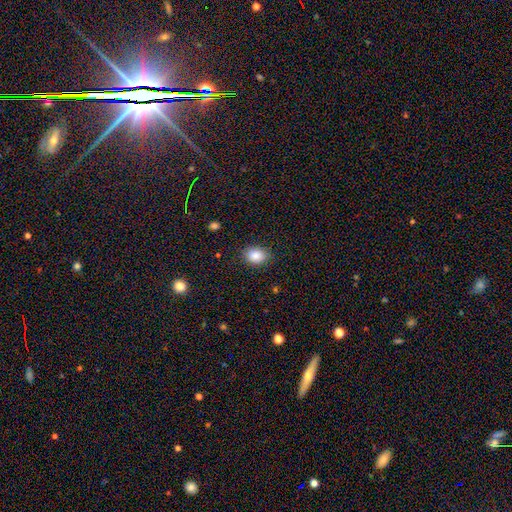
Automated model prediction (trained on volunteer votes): A smooth galaxy with no disk features (87%) that is in between round and cigar-shaped (68%). Merging: none (85%).